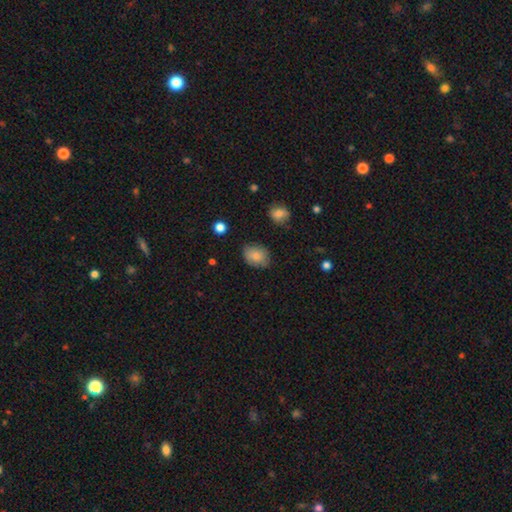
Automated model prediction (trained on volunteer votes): Smooth or featured?
  - smooth: 84% *
  - star or artifact: 8%
  - featured or disk: 8%
How rounded?
  - in between: 66% *
  - round: 33%
  - cigar-shaped: 1%
Merging?
  - none: 72% *
  - minor disturbance: 22%
  - major disturbance: 4%
  - merger: 2%